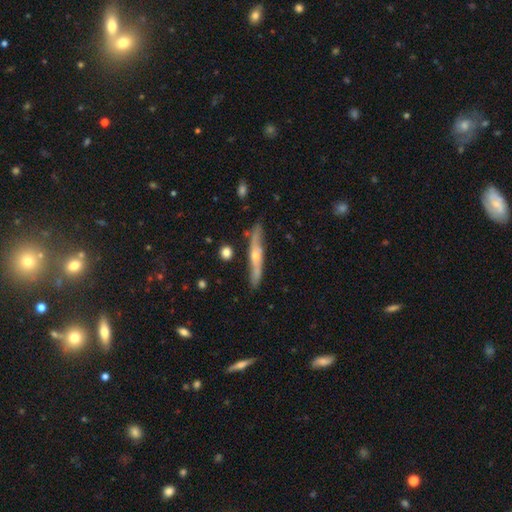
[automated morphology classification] Smooth or featured? Predicted: featured or disk (p=0.71). Edge-on disk? Predicted: yes (p=0.87). Edge-on bulge? Predicted: rounded (p=0.83). Merging? Predicted: none (p=0.82).